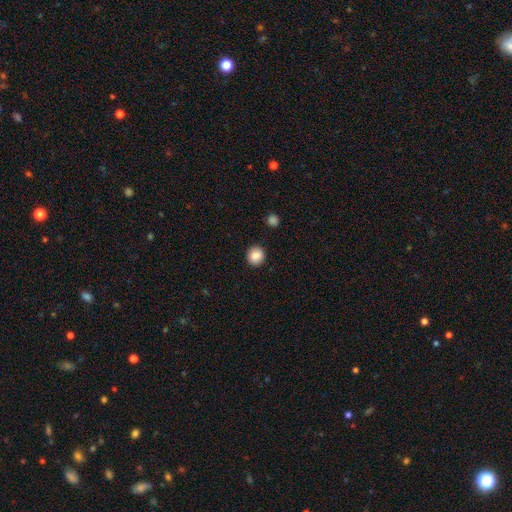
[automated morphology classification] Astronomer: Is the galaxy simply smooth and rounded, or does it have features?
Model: smooth — 87%.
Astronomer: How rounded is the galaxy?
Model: round — 90%.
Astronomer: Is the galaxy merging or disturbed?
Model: none — 91%.